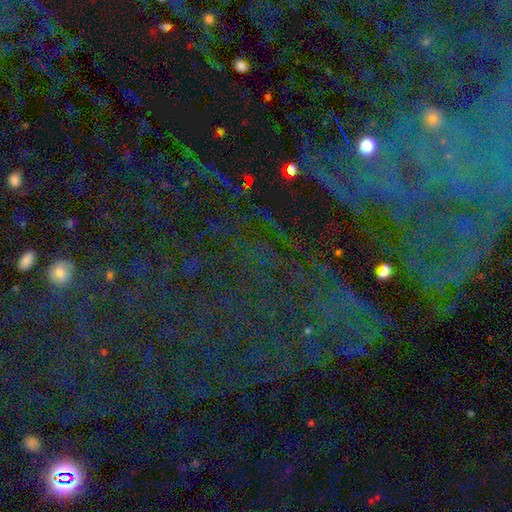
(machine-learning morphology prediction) Smooth or featured? star or artifact (75%)